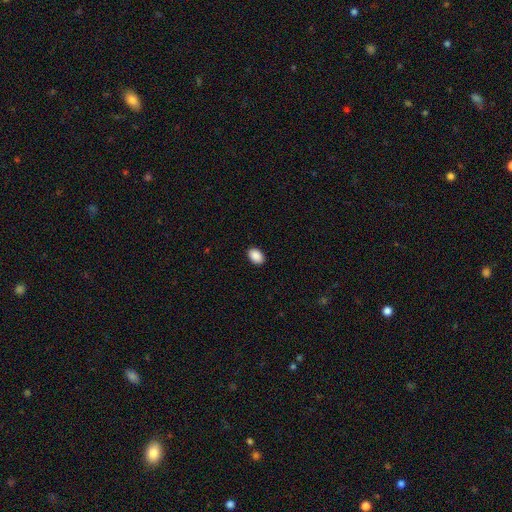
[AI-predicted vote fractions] Morphology: type=smooth (90%); roundness=in between (83%); merging=none (90%).